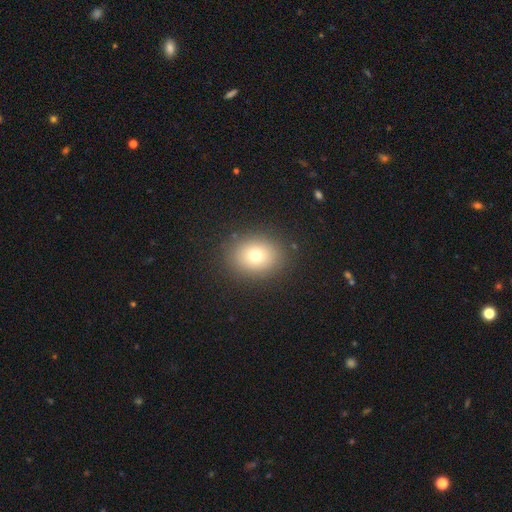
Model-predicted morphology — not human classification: smooth_or_featured: smooth (p=0.74) [alt: star or artifact p=0.13]
how_rounded: round (p=0.54) [alt: in between p=0.45]
merging: none (p=0.88) [alt: minor disturbance p=0.07]